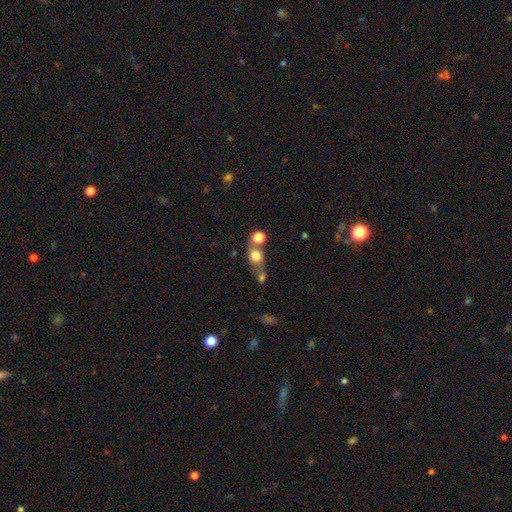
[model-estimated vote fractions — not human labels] A smooth galaxy with no disk features (76%) that is round (70%).

Vote fractions:
- Smooth or featured? smooth: 76% / featured or disk: 13% / star or artifact: 11%
- How rounded? round: 70% / in between: 28% / cigar-shaped: 2%
- Merging? merger: 44% / none: 40% / minor disturbance: 10% / major disturbance: 6%